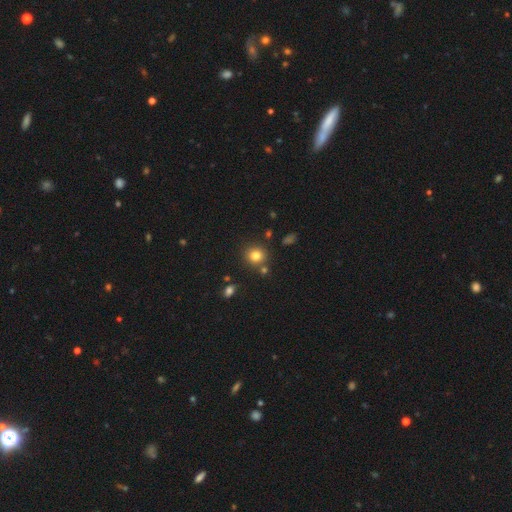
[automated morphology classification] This appears to be a smooth galaxy with no disk features (80%) that is round (86%). Merging: none (80%).